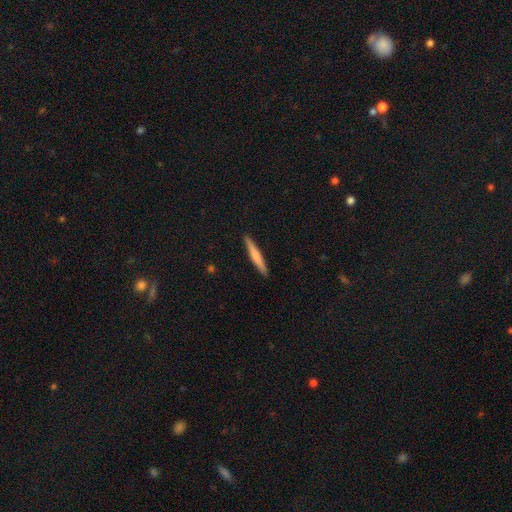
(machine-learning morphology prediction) The model was most divided on "smooth or featured": smooth: 62%, featured or disk: 33%, star or artifact: 5%. More confident: how rounded — cigar-shaped (95%); merging — none (91%).